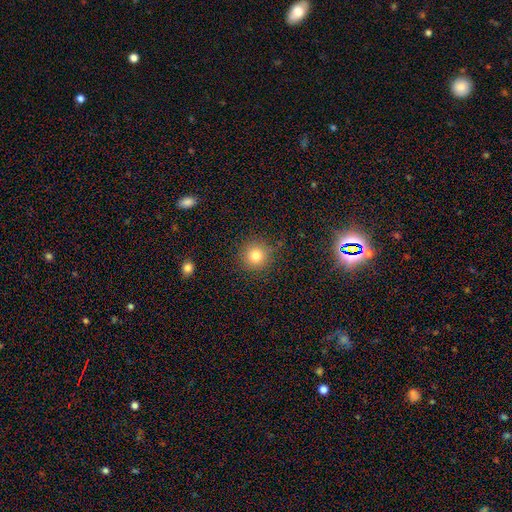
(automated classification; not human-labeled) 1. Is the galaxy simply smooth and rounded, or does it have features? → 80% smooth, 13% star or artifact, 7% featured or disk.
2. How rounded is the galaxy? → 93% round, 6% in between, 1% cigar-shaped.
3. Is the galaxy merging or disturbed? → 87% none, 9% minor disturbance, 3% major disturbance, 2% merger.